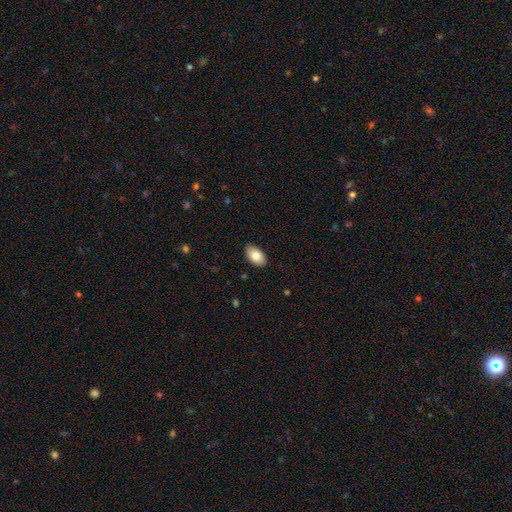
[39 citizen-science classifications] Q: Smooth or featured?
A: smooth (74%); runner-up: featured or disk (18%)
Q: How rounded?
A: in between (100%)
Q: Merging?
A: none (94%); runner-up: minor disturbance (6%)